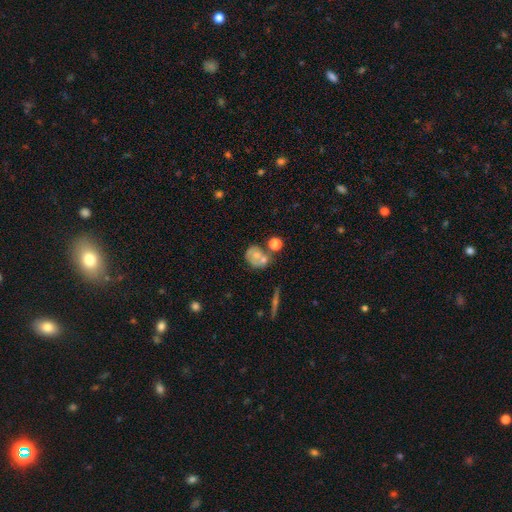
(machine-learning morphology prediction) The model was most divided on "merging": none: 38%, merger: 36%, minor disturbance: 17%, major disturbance: 9%. More confident: how rounded — round (60%); smooth or featured — smooth (51%).